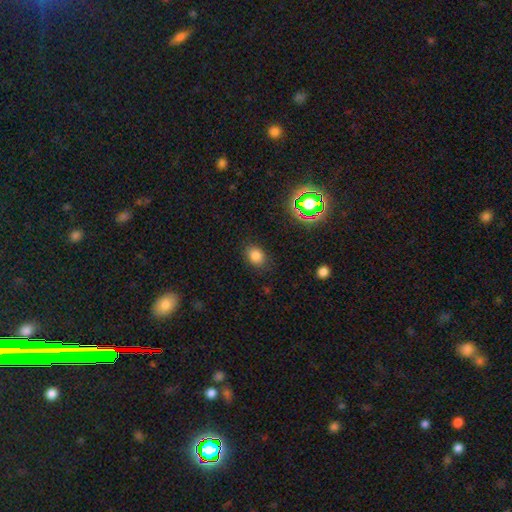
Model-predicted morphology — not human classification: Smooth or featured? Predicted: smooth (p=0.79). How rounded? Predicted: in between (p=0.60). Merging? Predicted: none (p=0.84).